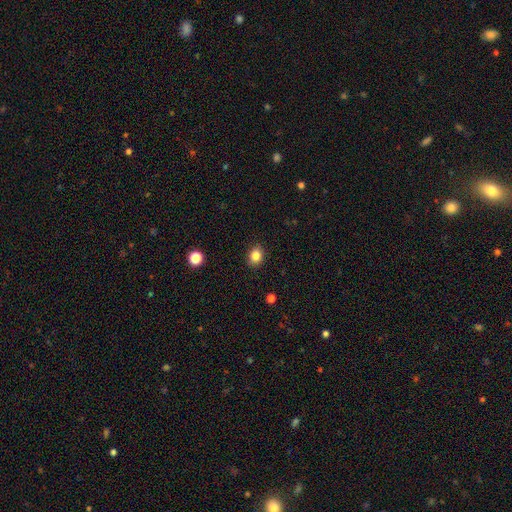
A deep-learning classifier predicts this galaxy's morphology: Smooth or featured? smooth (84%)
How rounded? round (55%)
Merging? none (89%)